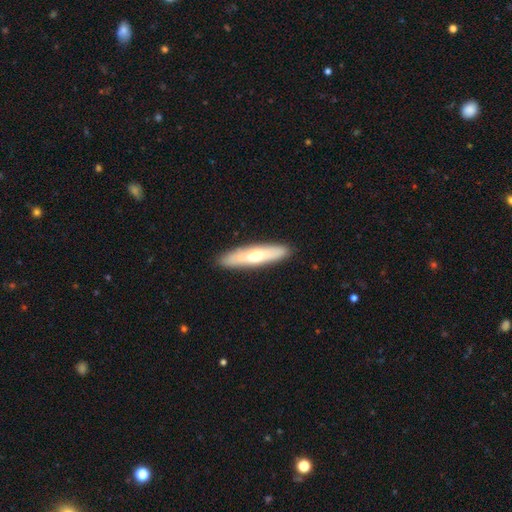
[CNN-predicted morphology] The model was most divided on "smooth or featured": smooth: 54%, featured or disk: 40%, star or artifact: 6%. More confident: merging — none (90%); how rounded — cigar-shaped (78%).